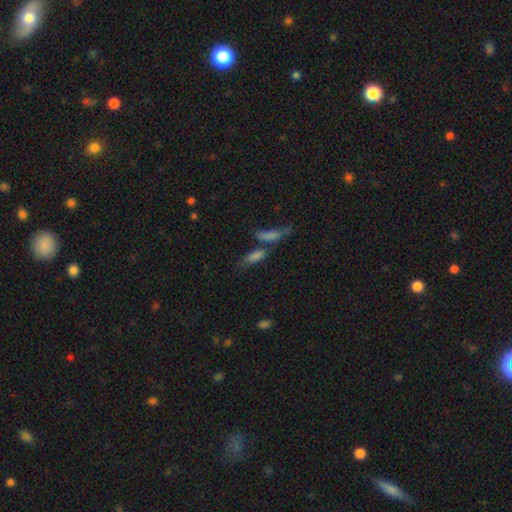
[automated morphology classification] This appears to be a smooth galaxy with no disk features (66%) that is in between round and cigar-shaped (53%). Merging: merger (47%).